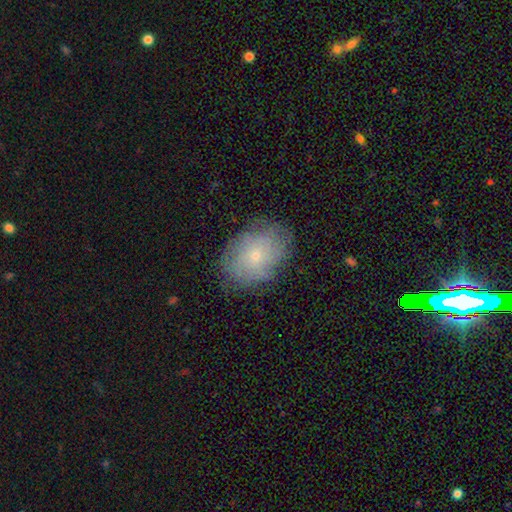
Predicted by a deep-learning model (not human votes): This appears to be a smooth galaxy with no disk features (55%) that is in between round and cigar-shaped (77%). Merging: none (78%).